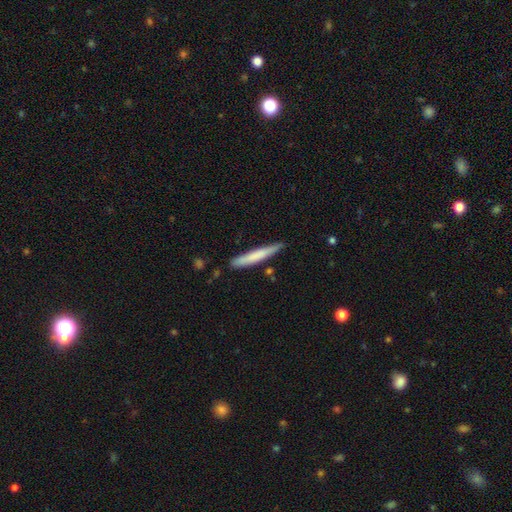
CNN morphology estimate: Overall: smooth (70%). How rounded: cigar-shaped (95%). Merging: none (79%).